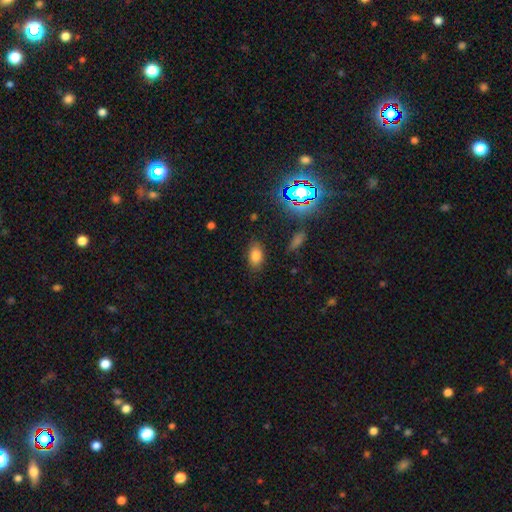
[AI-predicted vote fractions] Q: Smooth or featured?
A: smooth (78%); runner-up: star or artifact (14%)
Q: How rounded?
A: in between (88%); runner-up: round (10%)
Q: Merging?
A: none (84%); runner-up: minor disturbance (11%)